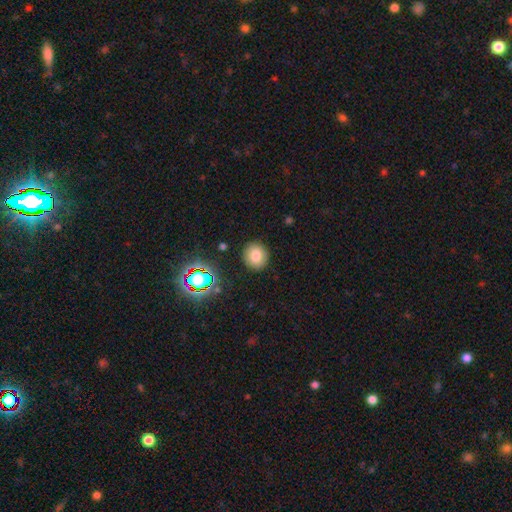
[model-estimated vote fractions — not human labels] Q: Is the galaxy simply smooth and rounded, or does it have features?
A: smooth — 78%.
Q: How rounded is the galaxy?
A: round — 84%.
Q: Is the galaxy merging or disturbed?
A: none — 89%.